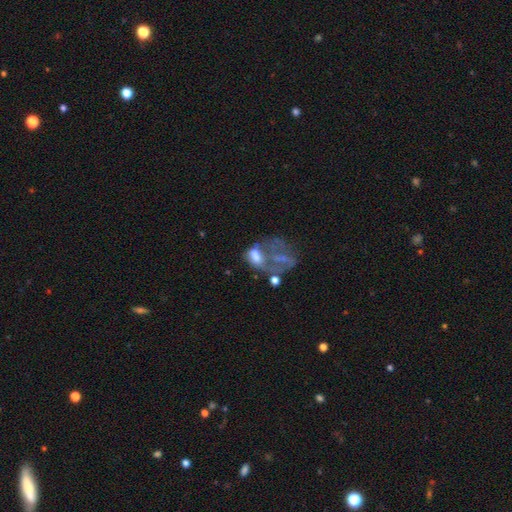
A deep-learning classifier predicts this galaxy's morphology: Smooth or featured? Predicted: featured or disk (p=0.45). Merging? Predicted: merger (p=0.36).